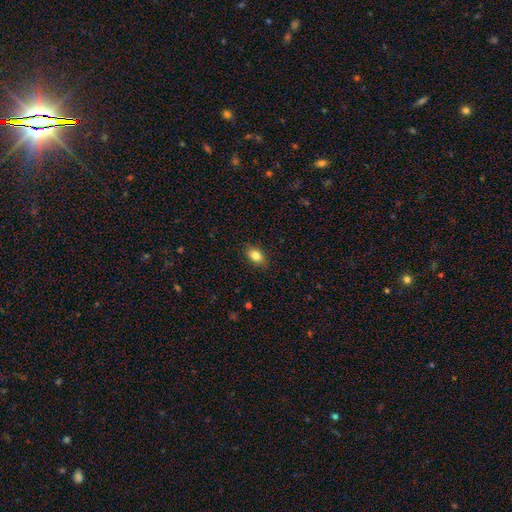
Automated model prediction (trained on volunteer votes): Smooth or featured? Predicted: smooth (p=0.84). How rounded? Predicted: in between (p=0.76). Merging? Predicted: none (p=0.86).